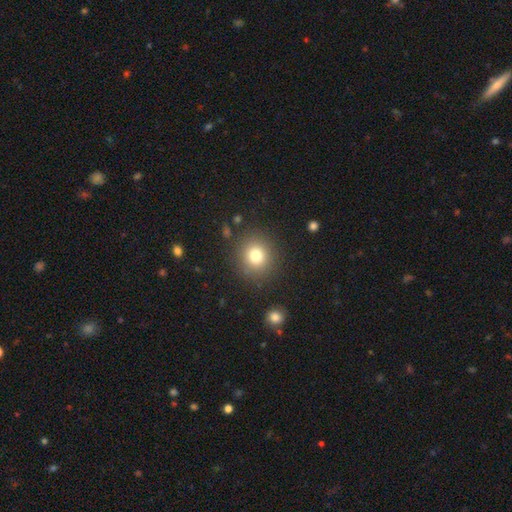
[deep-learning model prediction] The model was most divided on "smooth or featured": smooth: 78%, star or artifact: 13%, featured or disk: 9%. More confident: how rounded — round (89%); merging — none (88%).